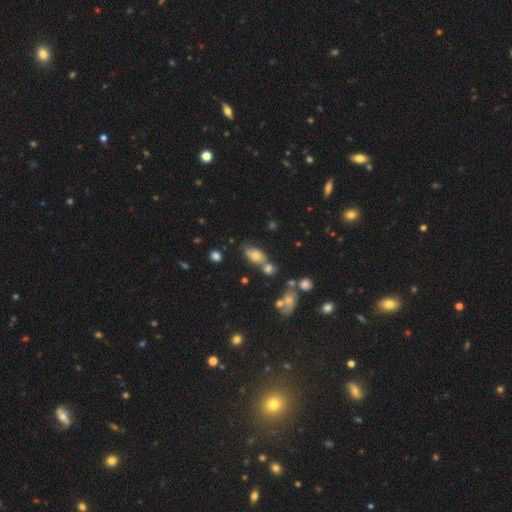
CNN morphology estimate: The model was most divided on "merging": none: 50%, merger: 22%, minor disturbance: 20%, major disturbance: 8%. More confident: how rounded — in between (78%); smooth or featured — smooth (57%).